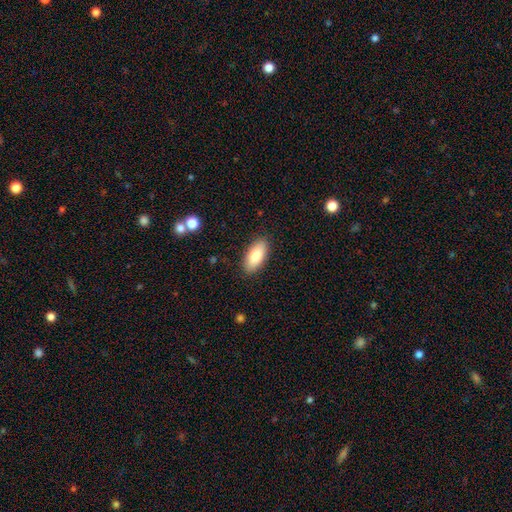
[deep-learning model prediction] smooth-or-featured: smooth: 84% | featured or disk: 10% | star or artifact: 6%
  how-rounded: in between: 90% | cigar-shaped: 8% | round: 2%
  merging: none: 88% | minor disturbance: 9% | major disturbance: 2% | merger: 1%